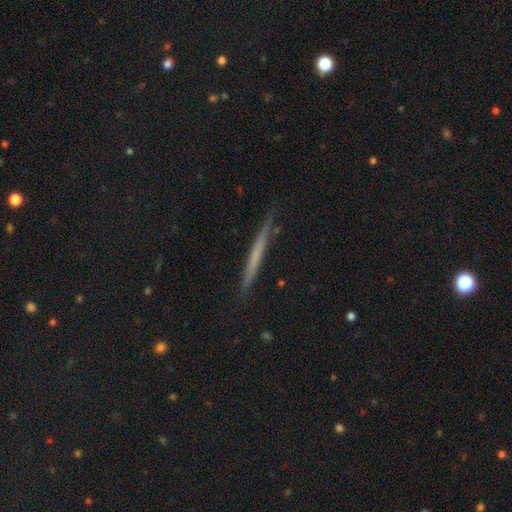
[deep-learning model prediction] A smooth galaxy with no disk features (48%). Merging: none (87%).